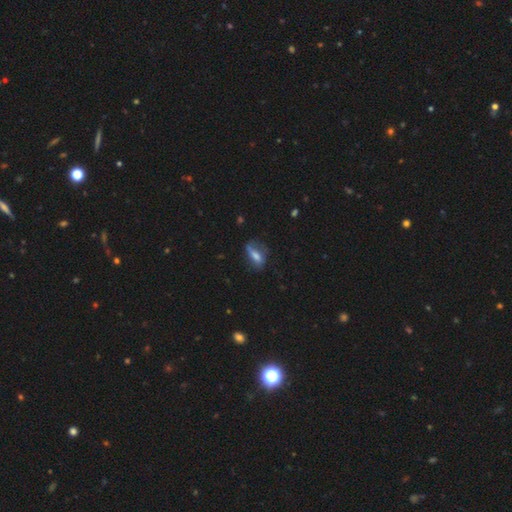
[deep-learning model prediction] Morphology: type=smooth (51%); roundness=in between (71%); merging=none (48%).